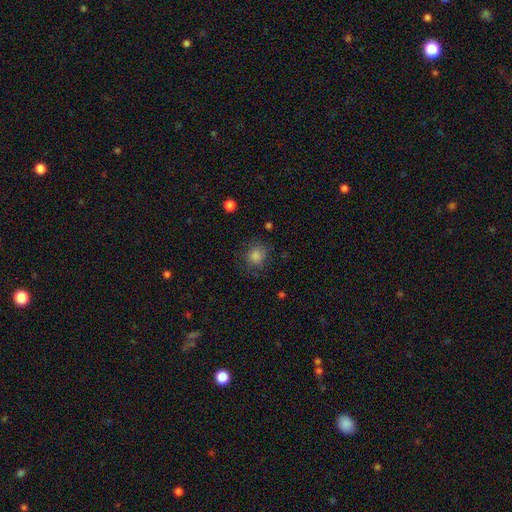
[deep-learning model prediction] Smooth or featured: smooth — 80% (star or artifact — 13%)
How rounded: round — 75% (in between — 24%)
Merging: none — 75% (minor disturbance — 16%)